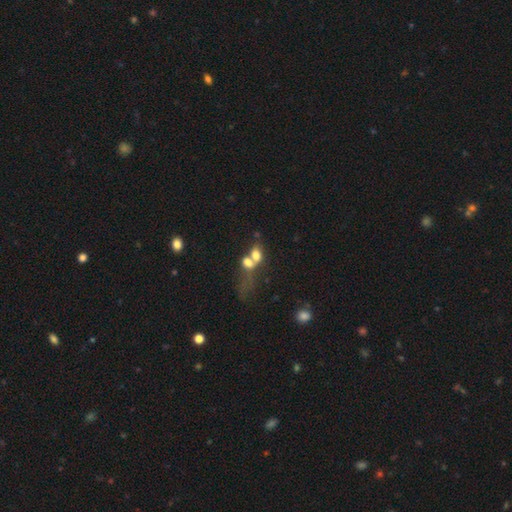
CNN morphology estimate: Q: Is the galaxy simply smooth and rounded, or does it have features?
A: smooth — 67%.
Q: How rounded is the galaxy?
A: in between — 68%.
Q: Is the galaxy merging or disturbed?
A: merger — 66%.